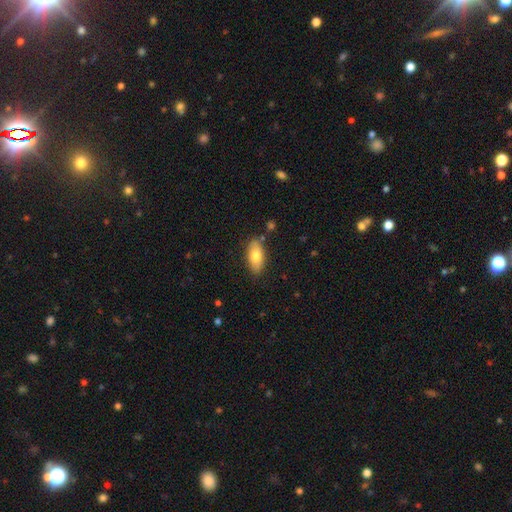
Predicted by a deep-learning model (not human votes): A smooth galaxy with no disk features (75%) that is in between round and cigar-shaped (89%).

Vote fractions:
- Smooth or featured? smooth: 75% / featured or disk: 19% / star or artifact: 7%
- How rounded? in between: 89% / cigar-shaped: 8% / round: 4%
- Merging? none: 83% / minor disturbance: 12% / major disturbance: 2% / merger: 2%